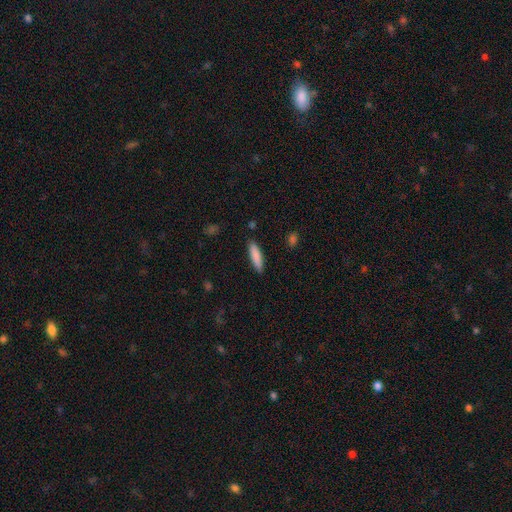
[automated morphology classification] smooth-or-featured: smooth: 86% | featured or disk: 8% | star or artifact: 6%
  how-rounded: cigar-shaped: 72% | in between: 26% | round: 1%
  merging: none: 88% | minor disturbance: 8% | major disturbance: 2% | merger: 1%